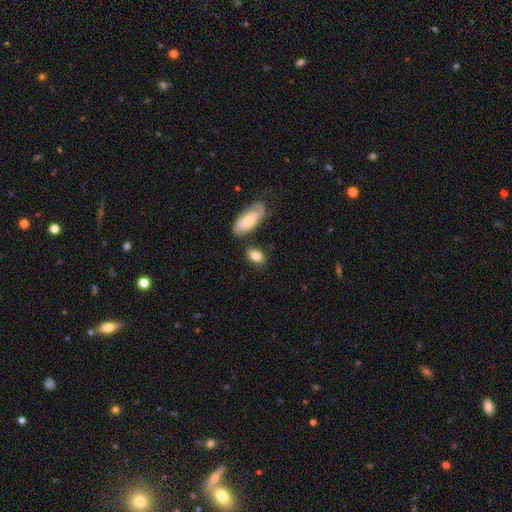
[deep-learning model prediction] The model was most divided on "merging": none: 70%, minor disturbance: 16%, merger: 10%, major disturbance: 5%. More confident: how rounded — in between (84%); smooth or featured — smooth (80%).